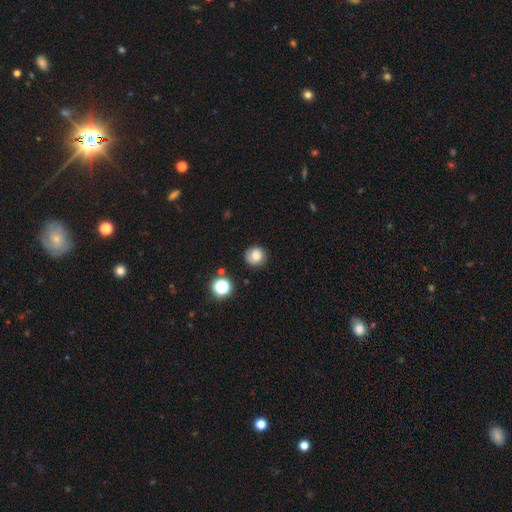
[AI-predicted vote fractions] A smooth galaxy with no disk features (75%) that is round (89%). Merging: none (79%).